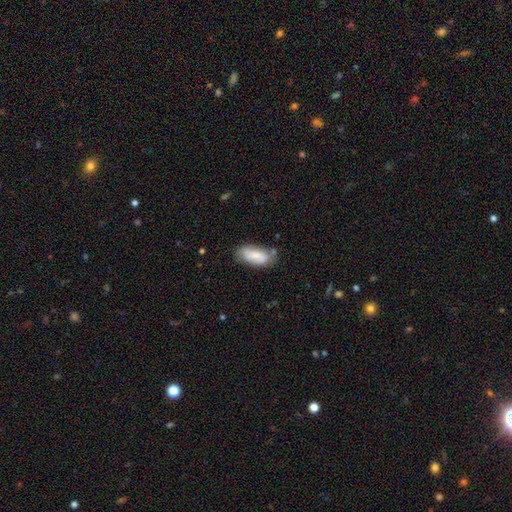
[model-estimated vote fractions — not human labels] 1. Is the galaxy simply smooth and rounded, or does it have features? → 70% smooth, 23% featured or disk, 6% star or artifact.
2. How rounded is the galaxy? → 89% in between, 9% cigar-shaped, 2% round.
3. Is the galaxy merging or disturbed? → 63% none, 26% minor disturbance, 6% major disturbance, 5% merger.